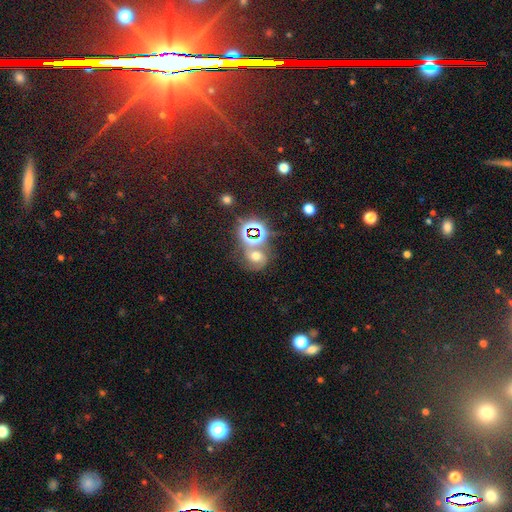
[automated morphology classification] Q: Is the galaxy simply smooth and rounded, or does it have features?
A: star or artifact — 36%.